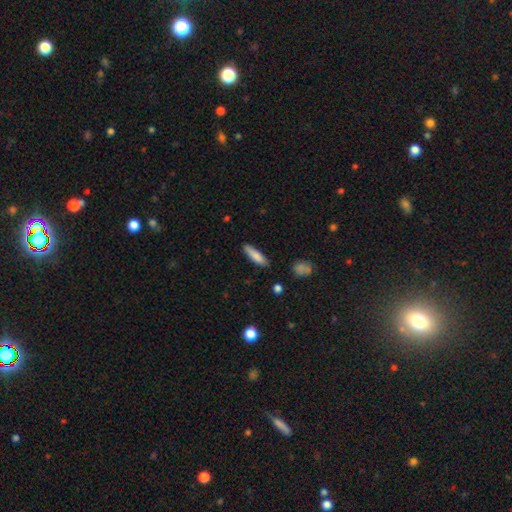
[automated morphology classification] type=smooth (84%); roundness=cigar-shaped (62%); merging=none (81%).